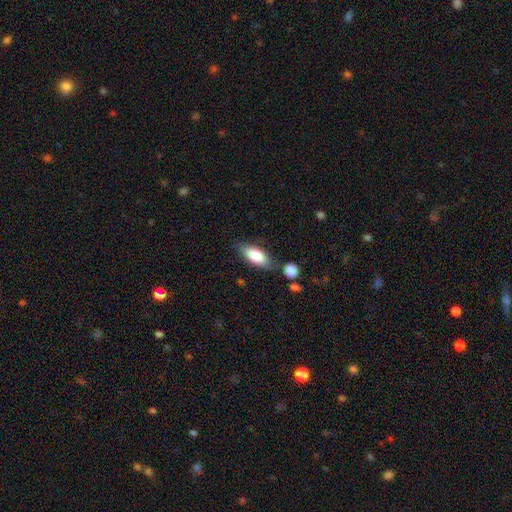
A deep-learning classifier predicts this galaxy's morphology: smooth 79%, featured or disk 15%, star or artifact 6%. Down the decision tree: how rounded — in between (82%); merging — none (71%).